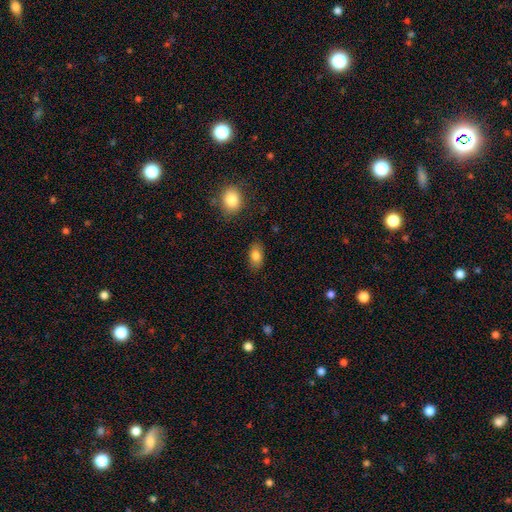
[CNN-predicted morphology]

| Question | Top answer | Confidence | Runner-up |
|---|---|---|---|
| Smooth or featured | smooth | 83% | featured or disk (10%) |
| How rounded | in between | 90% | round (7%) |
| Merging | none | 85% | minor disturbance (11%) |